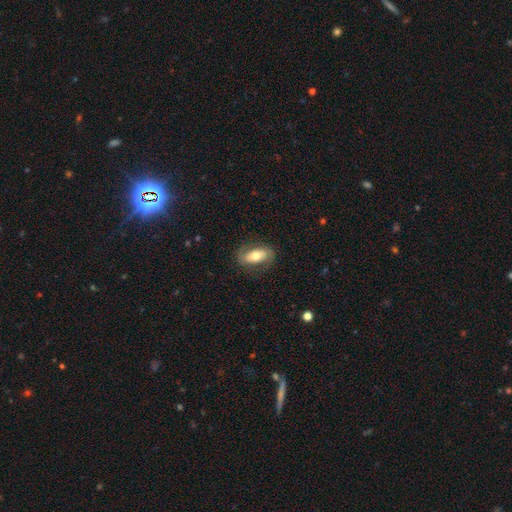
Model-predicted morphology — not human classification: A smooth galaxy with no disk features (61%) that is in between round and cigar-shaped (84%).

Vote fractions:
- Smooth or featured? smooth: 61% / featured or disk: 33% / star or artifact: 6%
- How rounded? in between: 84% / cigar-shaped: 12% / round: 4%
- Merging? none: 79% / minor disturbance: 14% / major disturbance: 5% / merger: 1%